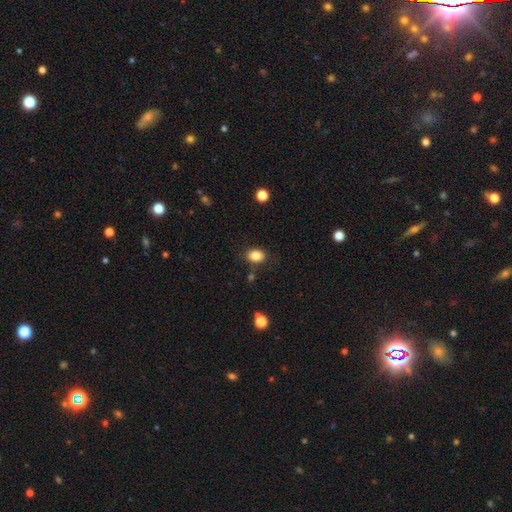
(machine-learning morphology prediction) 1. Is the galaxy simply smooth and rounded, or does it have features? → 85% smooth, 10% star or artifact, 5% featured or disk.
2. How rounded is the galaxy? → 66% in between, 33% round, 1% cigar-shaped.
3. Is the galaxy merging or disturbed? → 82% none, 12% minor disturbance, 3% major disturbance, 3% merger.